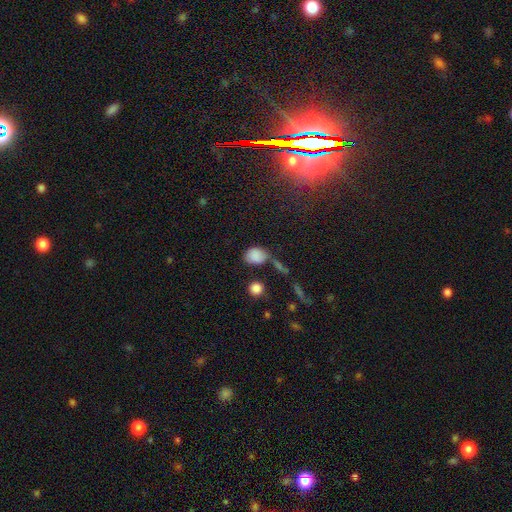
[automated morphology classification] smooth-or-featured: smooth: 81% | star or artifact: 11% | featured or disk: 7%
  how-rounded: in between: 58% | round: 40% | cigar-shaped: 2%
  merging: none: 52% | minor disturbance: 24% | merger: 15% | major disturbance: 9%